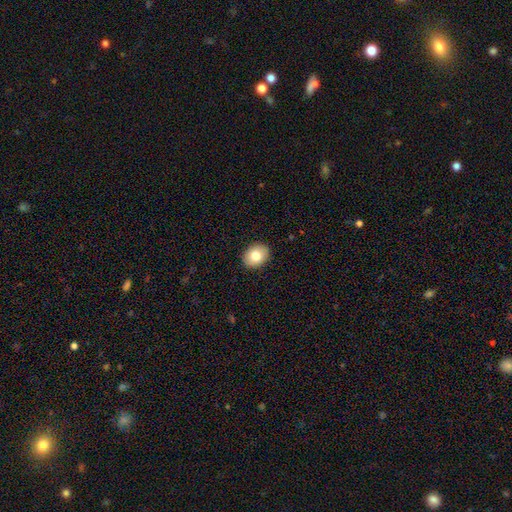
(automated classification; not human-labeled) Morphology: type=smooth (80%); roundness=in between (56%); merging=none (91%).